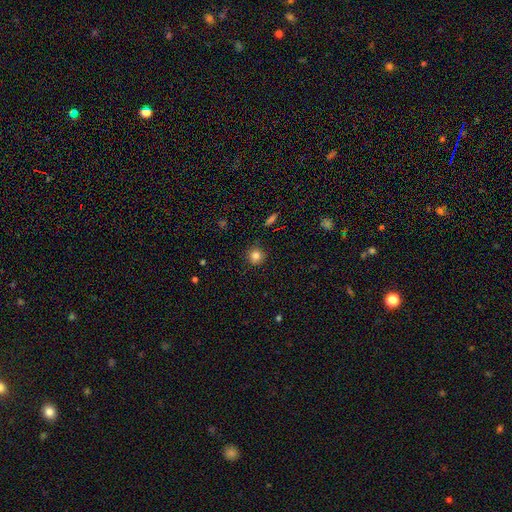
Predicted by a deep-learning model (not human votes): A smooth galaxy with no disk features (82%) that is round (93%).

Vote fractions:
- Smooth or featured? smooth: 82% / star or artifact: 11% / featured or disk: 6%
- How rounded? round: 93% / in between: 6% / cigar-shaped: 1%
- Merging? none: 89% / minor disturbance: 7% / major disturbance: 2% / merger: 1%